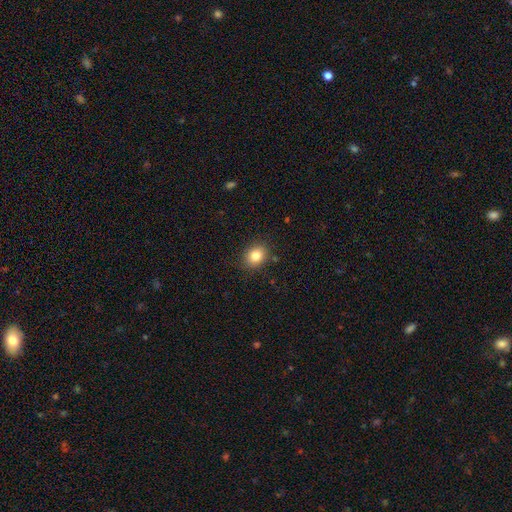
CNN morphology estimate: smooth-or-featured: smooth: 82% | star or artifact: 10% | featured or disk: 8%
  how-rounded: round: 52% | in between: 48% | cigar-shaped: 1%
  merging: none: 86% | minor disturbance: 10% | major disturbance: 3% | merger: 1%